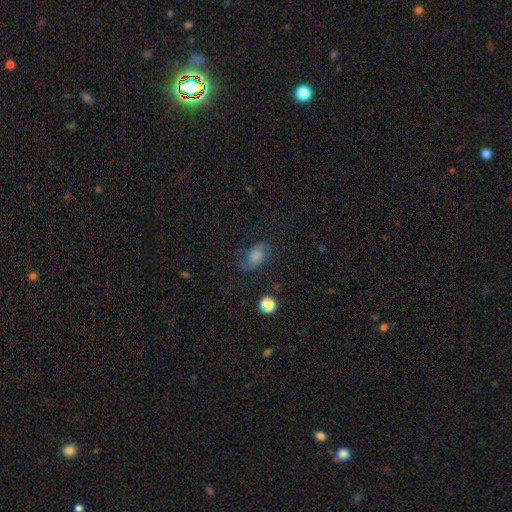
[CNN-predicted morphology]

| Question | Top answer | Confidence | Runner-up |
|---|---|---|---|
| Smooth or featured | smooth | 42% | featured or disk (41%) |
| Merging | none | 71% | minor disturbance (18%) |